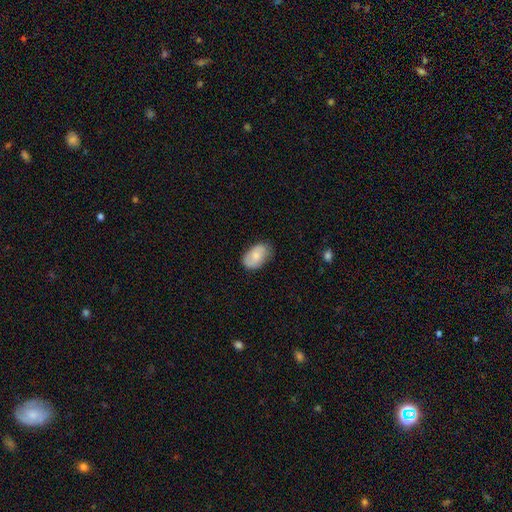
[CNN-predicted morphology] A smooth galaxy with no disk features (76%) that is in between round and cigar-shaped (92%).

Vote fractions:
- Smooth or featured? smooth: 76% / featured or disk: 18% / star or artifact: 6%
- How rounded? in between: 92% / round: 7% / cigar-shaped: 1%
- Merging? none: 73% / minor disturbance: 22% / major disturbance: 4% / merger: 1%